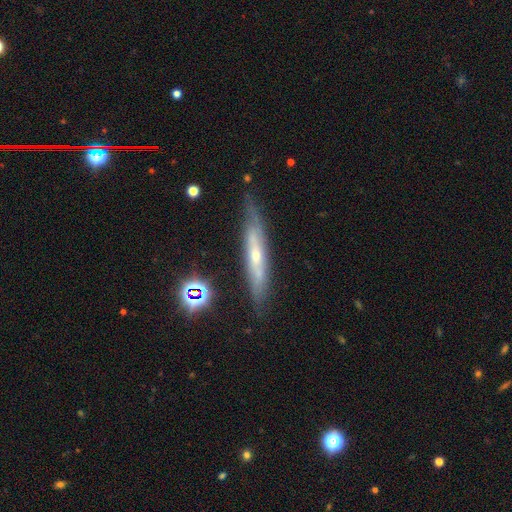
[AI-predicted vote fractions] Smooth or featured? Predicted: featured or disk (p=0.66). Edge-on disk? Predicted: yes (p=0.76). Edge-on bulge? Predicted: rounded (p=0.63). Merging? Predicted: none (p=0.76).